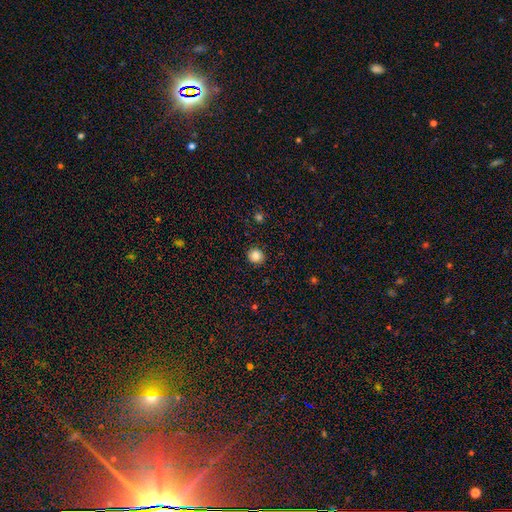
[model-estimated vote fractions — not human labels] This is clearly a smooth galaxy (83%). How rounded: clearly round (87%). Merging: clearly none (91%).